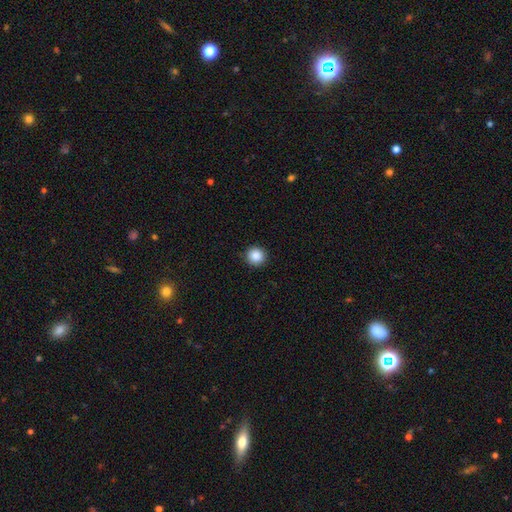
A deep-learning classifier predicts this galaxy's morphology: A smooth galaxy with no disk features (88%) that is round (94%). Merging: none (91%).